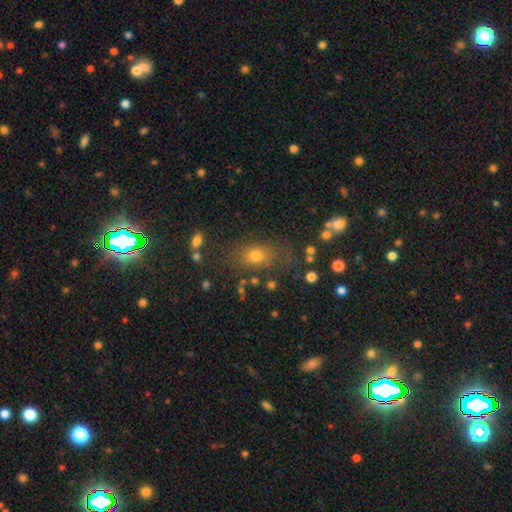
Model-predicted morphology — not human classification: Q: Smooth or featured?
A: smooth (70%); runner-up: star or artifact (18%)
Q: How rounded?
A: in between (65%); runner-up: round (32%)
Q: Merging?
A: none (72%); runner-up: minor disturbance (15%)